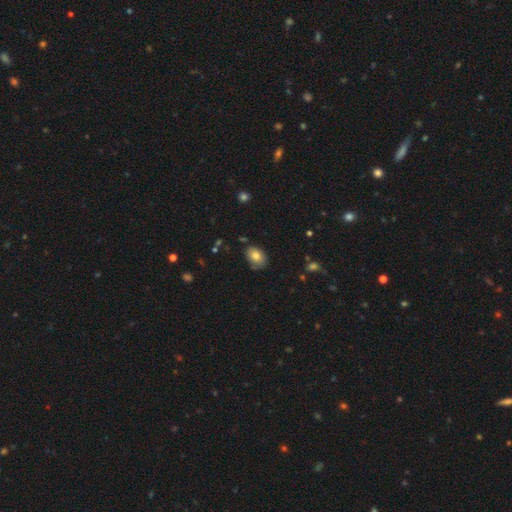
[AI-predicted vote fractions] This appears to be a smooth galaxy with no disk features (78%) that is in between round and cigar-shaped (81%). Merging: none (74%).